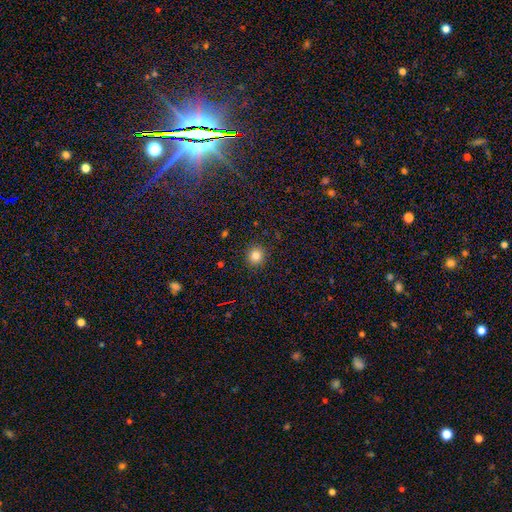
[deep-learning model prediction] A smooth galaxy with no disk features (82%) that is round (92%). Merging: none (92%).